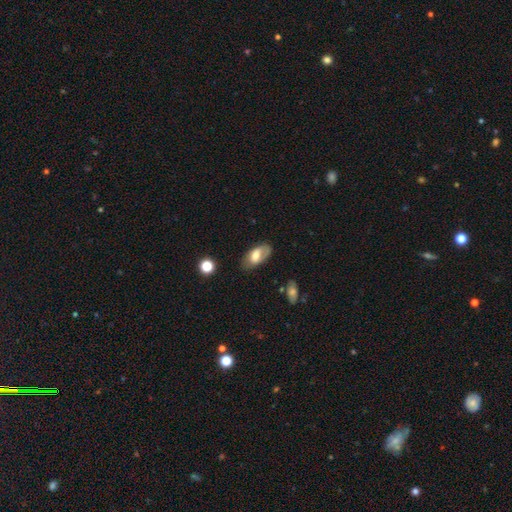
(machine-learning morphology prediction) Overall: smooth (60%; featured or disk 33%). How rounded: in between (92%). Merging: none (62%; minor disturbance 26%).